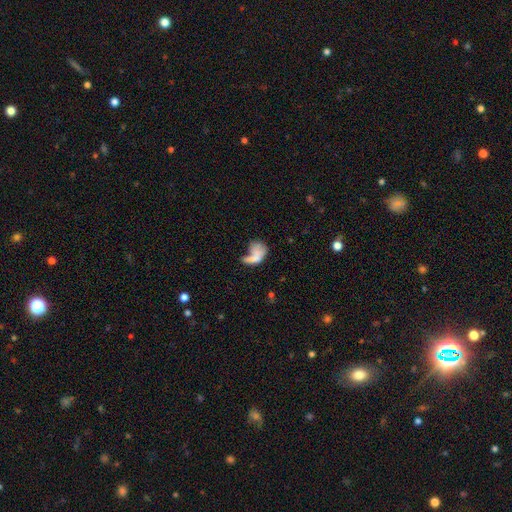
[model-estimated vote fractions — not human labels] This appears to be a smooth galaxy with no disk features (58%) that is in between round and cigar-shaped (76%). Merging: major disturbance (38%).